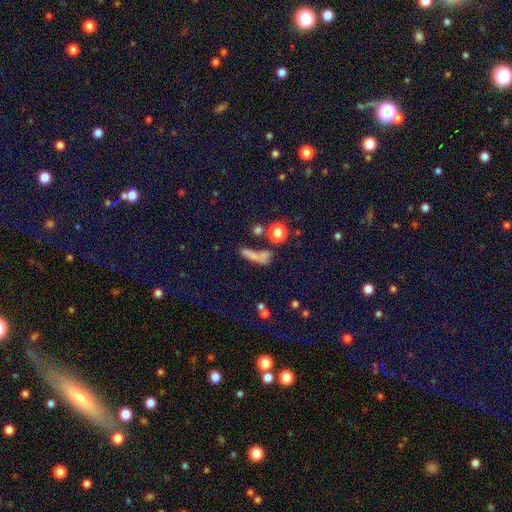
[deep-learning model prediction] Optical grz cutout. It shows a smooth galaxy with no disk features (62%) that is cigar-shaped (56%). Merging: none (45%).